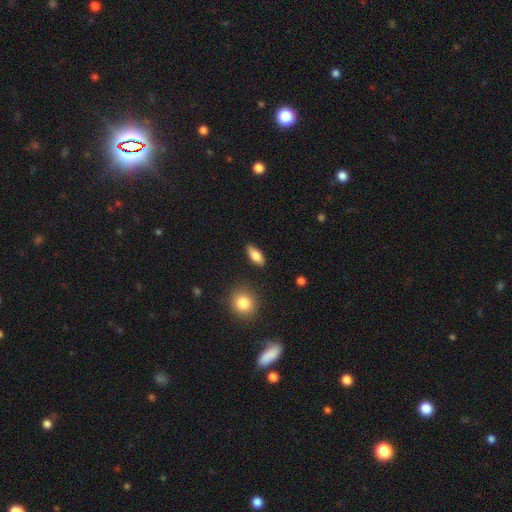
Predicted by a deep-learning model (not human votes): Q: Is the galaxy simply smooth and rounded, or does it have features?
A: smooth — 76%.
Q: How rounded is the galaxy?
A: in between — 77%.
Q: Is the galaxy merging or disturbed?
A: none — 86%.